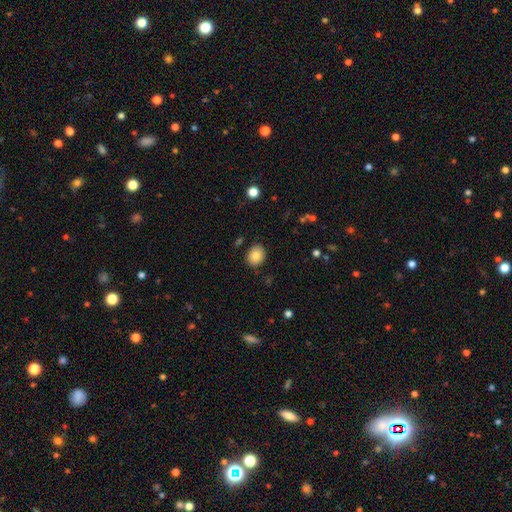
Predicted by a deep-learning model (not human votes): A smooth galaxy with no disk features (85%) that is round (55%).

Vote fractions:
- Smooth or featured? smooth: 85% / star or artifact: 9% / featured or disk: 7%
- How rounded? round: 55% / in between: 45% / cigar-shaped: 1%
- Merging? none: 86% / minor disturbance: 10% / major disturbance: 2% / merger: 2%